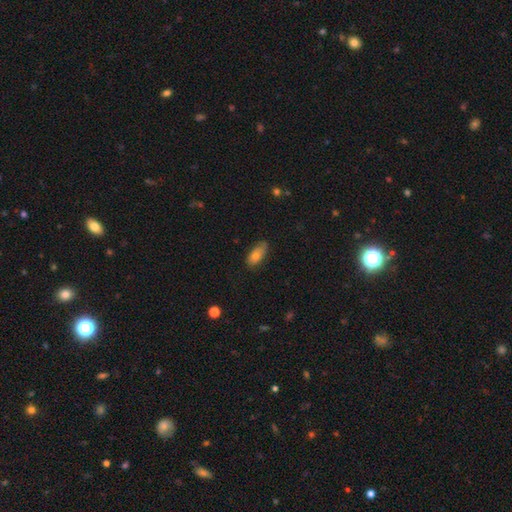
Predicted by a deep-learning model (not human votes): smooth_or_featured: smooth (p=0.73) [alt: featured or disk p=0.20]
how_rounded: in between (p=0.86) [alt: cigar-shaped p=0.11]
merging: none (p=0.64) [alt: minor disturbance p=0.29]